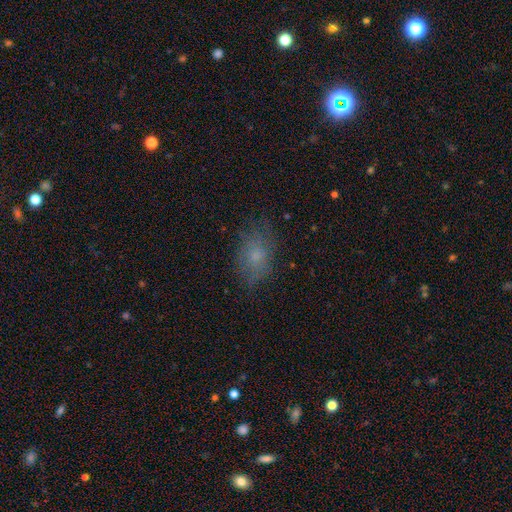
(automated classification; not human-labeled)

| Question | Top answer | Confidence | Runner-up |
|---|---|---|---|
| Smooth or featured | smooth | 71% | featured or disk (17%) |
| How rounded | in between | 83% | round (15%) |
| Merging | none | 73% | minor disturbance (19%) |